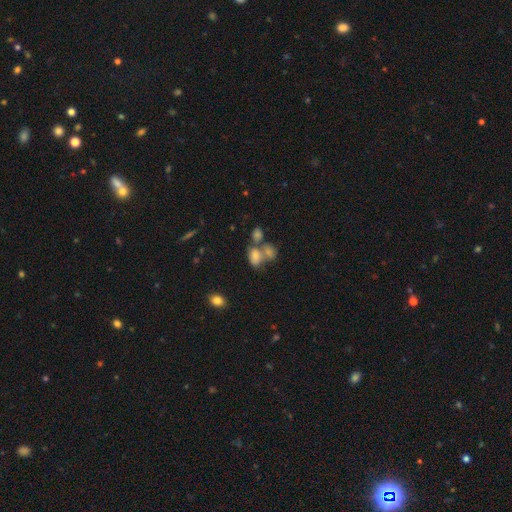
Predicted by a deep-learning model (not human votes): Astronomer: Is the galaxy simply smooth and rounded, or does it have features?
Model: smooth — 72%.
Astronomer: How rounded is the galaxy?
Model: in between — 80%.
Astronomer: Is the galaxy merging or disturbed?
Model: merger — 53%.